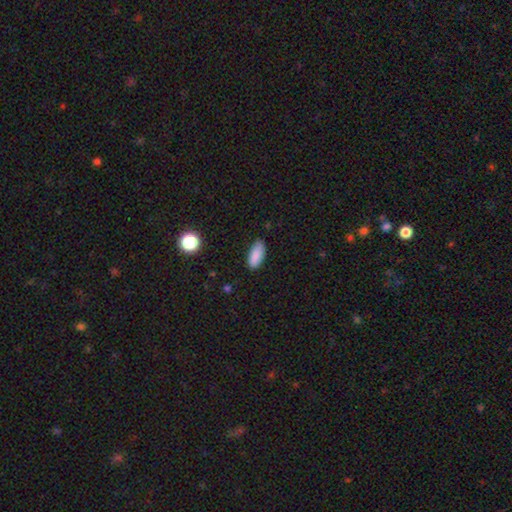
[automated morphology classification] This appears to be a smooth galaxy with no disk features (88%) that is in between round and cigar-shaped (83%). Merging: none (83%).